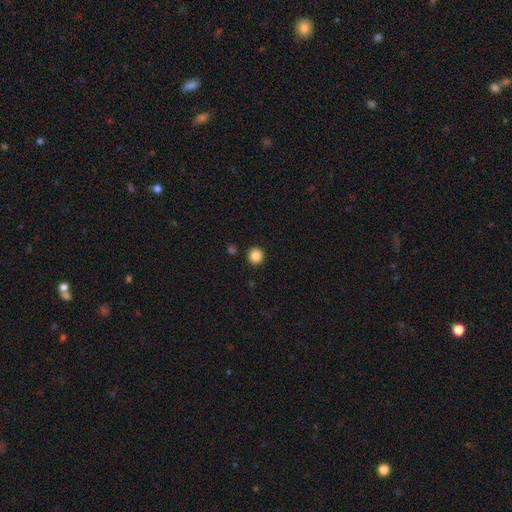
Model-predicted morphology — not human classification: Smooth or featured? smooth (86%)
How rounded? round (95%)
Merging? none (92%)